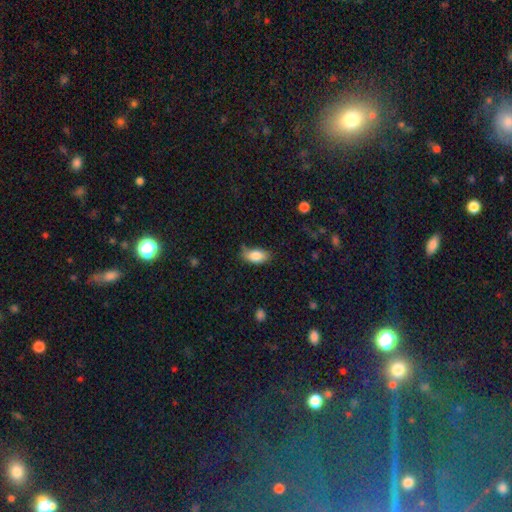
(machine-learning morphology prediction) Smooth or featured? Predicted: smooth (p=0.84). How rounded? Predicted: in between (p=0.92). Merging? Predicted: none (p=0.62).